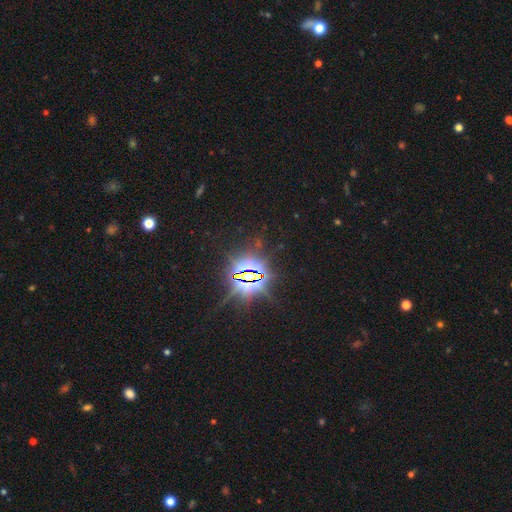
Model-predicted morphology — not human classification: Smooth or featured?
  - star or artifact: 86% *
  - smooth: 7%
  - featured or disk: 7%